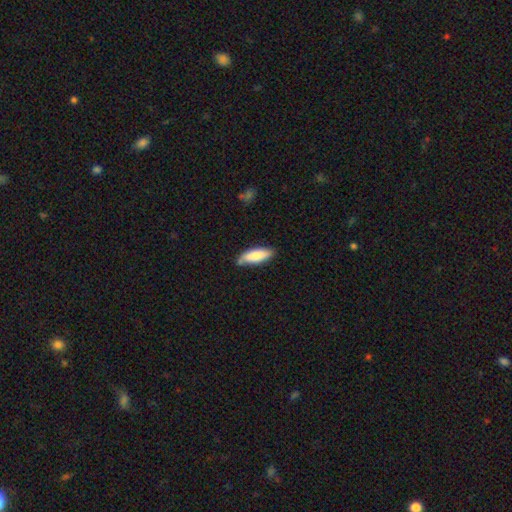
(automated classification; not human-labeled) Smooth or featured? smooth (83%)
How rounded? in between (60%)
Merging? none (73%)